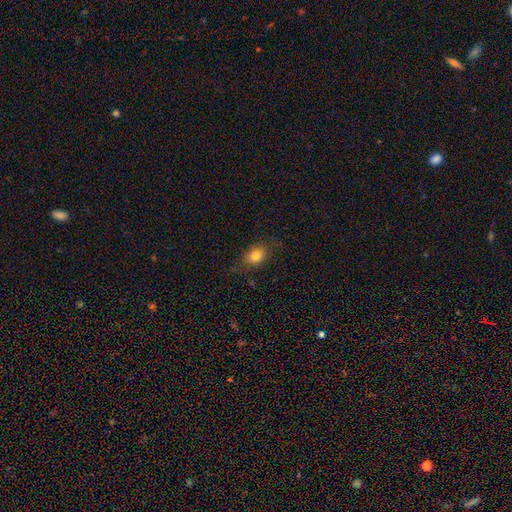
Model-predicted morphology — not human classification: Smooth or featured? smooth (80%)
How rounded? in between (67%)
Merging? none (75%)